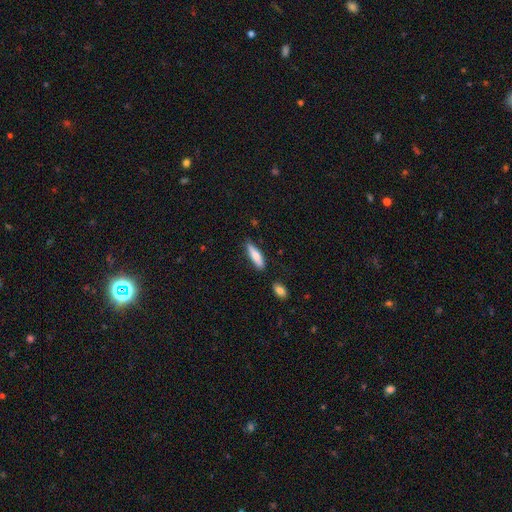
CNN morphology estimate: Overall: smooth (74%). How rounded: cigar-shaped (67%; in between 31%). Merging: none (79%).